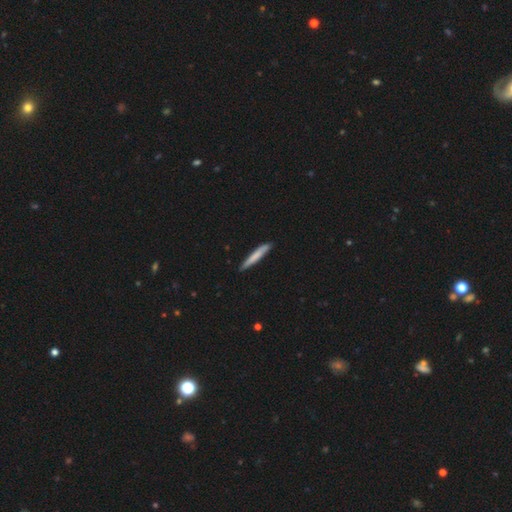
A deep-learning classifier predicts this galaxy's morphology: This appears to be a smooth galaxy with no disk features (73%) that is cigar-shaped (96%). Merging: none (88%).